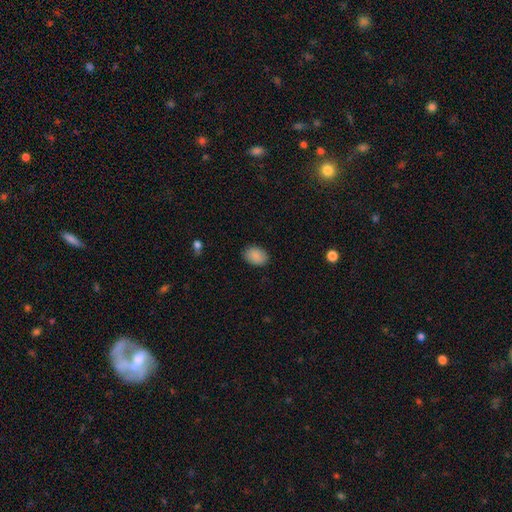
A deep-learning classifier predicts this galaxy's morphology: The model was most divided on "how rounded": in between: 78%, round: 21%, cigar-shaped: 1%. More confident: smooth or featured — smooth (89%); merging — none (88%).